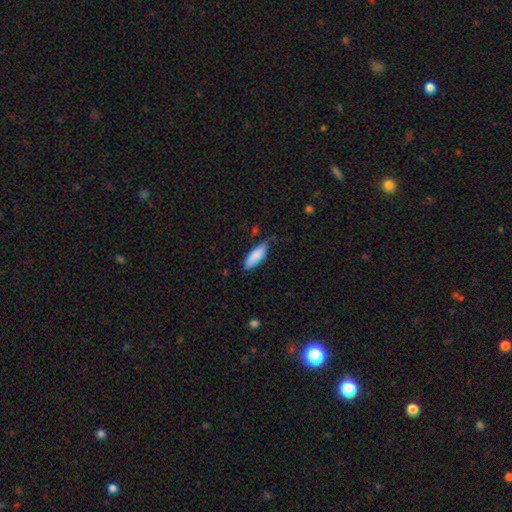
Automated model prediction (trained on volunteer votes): Q: Smooth or featured?
A: smooth (85%); runner-up: featured or disk (9%)
Q: How rounded?
A: in between (61%); runner-up: cigar-shaped (38%)
Q: Merging?
A: none (62%); runner-up: minor disturbance (31%)